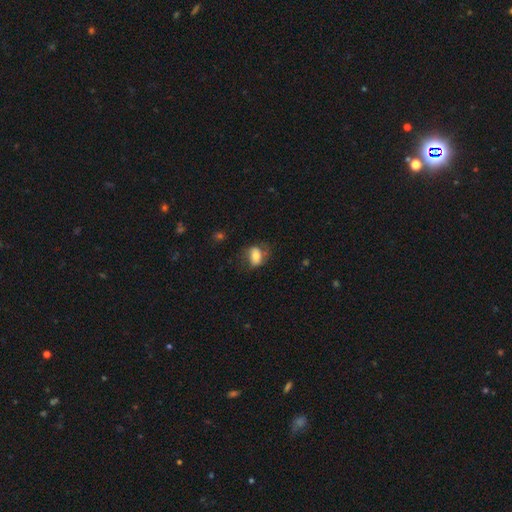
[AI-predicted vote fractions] Morphology: type=smooth (70%); roundness=in between (79%); merging=none (55%).